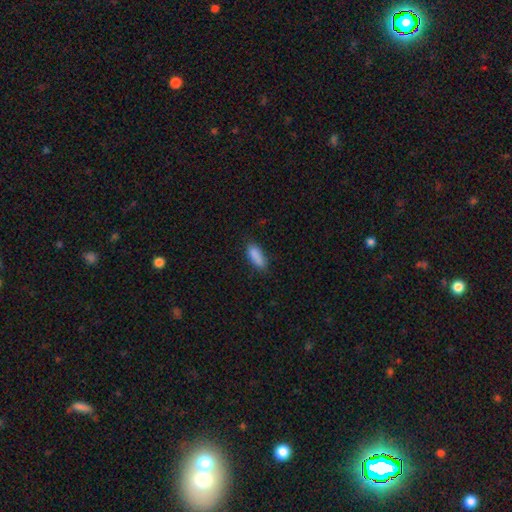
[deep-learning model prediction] This appears to be a smooth galaxy with no disk features (87%) that is in between round and cigar-shaped (67%). Merging: none (75%).